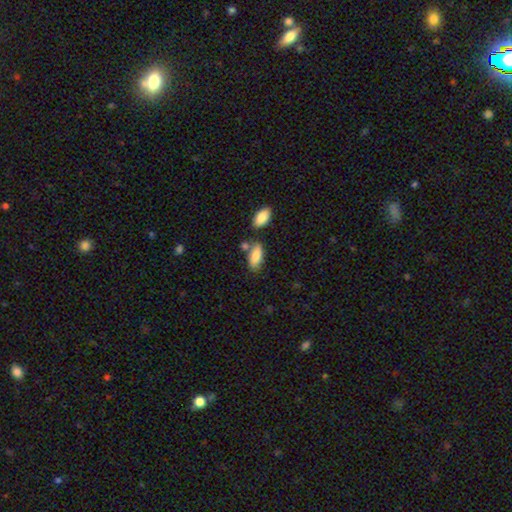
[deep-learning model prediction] Smooth or featured: smooth — 85% (featured or disk — 9%)
How rounded: in between — 85% (cigar-shaped — 13%)
Merging: none — 63% (merger — 17%)